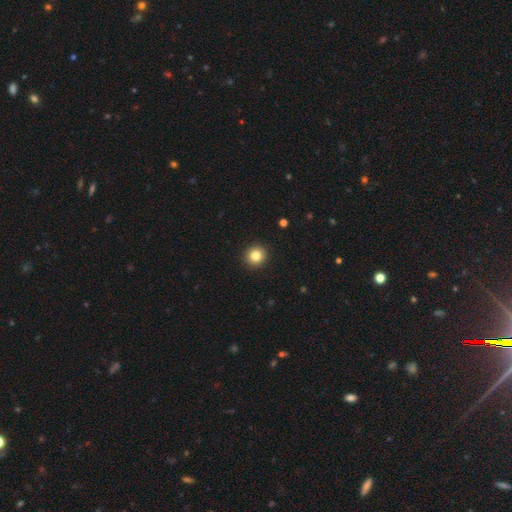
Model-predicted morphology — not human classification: Smooth or featured?
  - smooth: 83% *
  - star or artifact: 10%
  - featured or disk: 7%
How rounded?
  - round: 92% *
  - in between: 7%
  - cigar-shaped: 1%
Merging?
  - none: 93% *
  - minor disturbance: 5%
  - major disturbance: 2%
  - merger: 1%